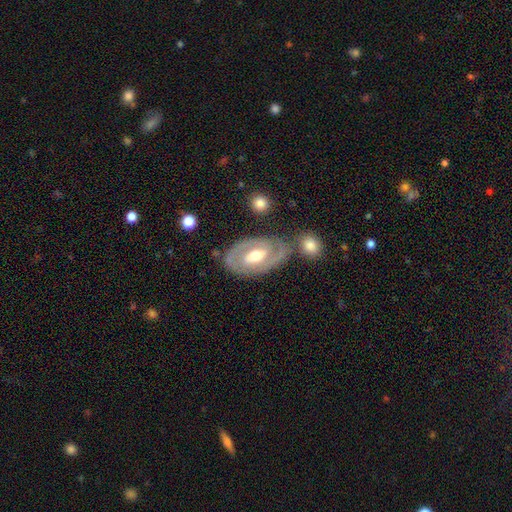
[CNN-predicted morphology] A featured or disk galaxy (77%) with a weak bar (42%), 2 (72%) tight (57%) spiral arms (78%) and a moderate central bulge (73%). Merging: none (68%).